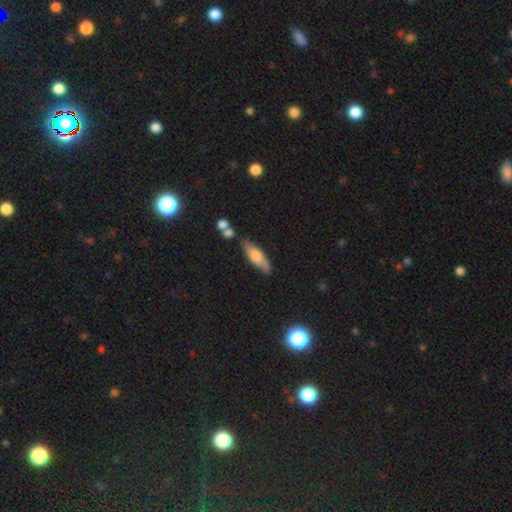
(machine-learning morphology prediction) Smooth or featured? smooth (57%)
How rounded? cigar-shaped (56%)
Merging? none (67%)